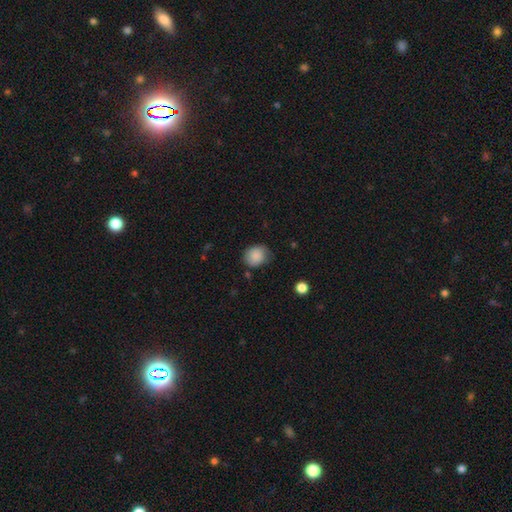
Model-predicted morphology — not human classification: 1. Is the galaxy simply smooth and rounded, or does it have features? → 86% smooth, 8% star or artifact, 6% featured or disk.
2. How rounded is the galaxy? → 61% round, 39% in between, 1% cigar-shaped.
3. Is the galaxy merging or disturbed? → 67% none, 25% minor disturbance, 6% major disturbance, 2% merger.